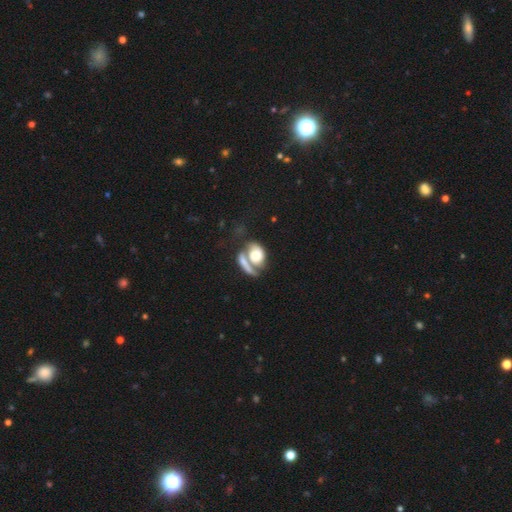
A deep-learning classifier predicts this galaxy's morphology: Overall: smooth (54%; featured or disk 39%). How rounded: in between (64%; round 33%). Merging: merger (52%; none 24%).